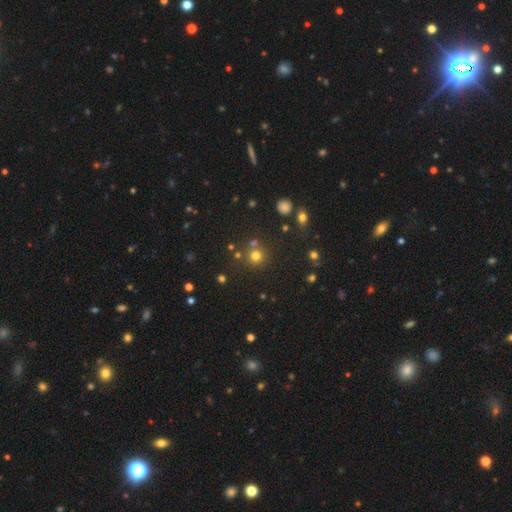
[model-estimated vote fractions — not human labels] Smooth or featured?
  - smooth: 72% *
  - star or artifact: 21%
  - featured or disk: 7%
How rounded?
  - round: 93% *
  - in between: 6%
  - cigar-shaped: 1%
Merging?
  - none: 75% *
  - merger: 13%
  - minor disturbance: 8%
  - major disturbance: 3%